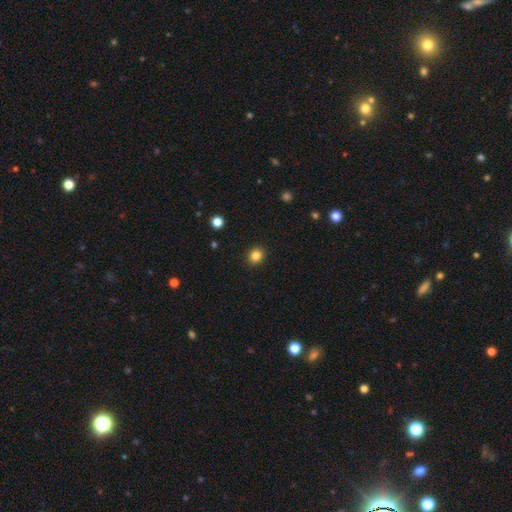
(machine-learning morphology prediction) This appears to be a smooth galaxy with no disk features (84%) that is round (76%). Merging: none (91%).